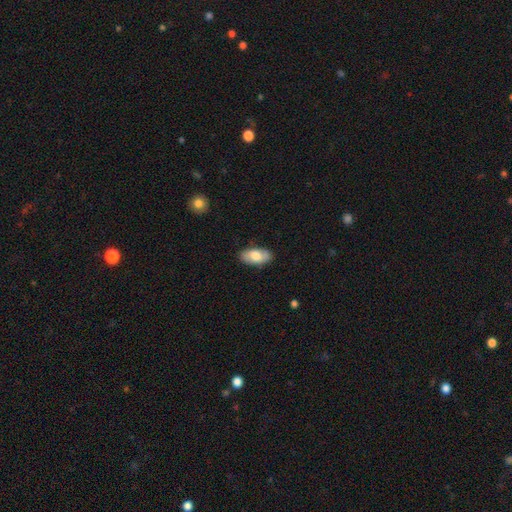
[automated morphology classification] The model was most divided on "smooth or featured": smooth: 71%, featured or disk: 24%, star or artifact: 6%. More confident: how rounded — in between (93%); merging — none (85%).